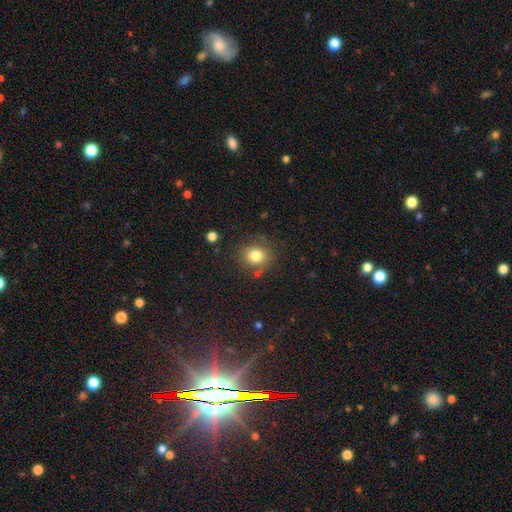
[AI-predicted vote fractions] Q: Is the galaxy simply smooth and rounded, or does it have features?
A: smooth — 80%.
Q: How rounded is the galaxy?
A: round — 78%.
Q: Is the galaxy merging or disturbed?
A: none — 77%.